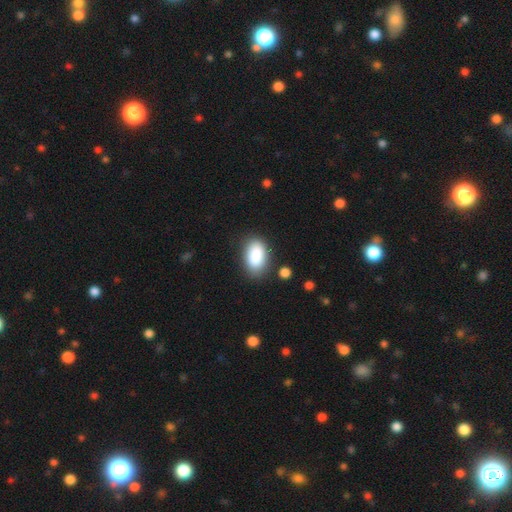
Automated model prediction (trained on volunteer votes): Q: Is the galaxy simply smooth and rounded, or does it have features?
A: smooth — 88%.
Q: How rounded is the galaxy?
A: in between — 92%.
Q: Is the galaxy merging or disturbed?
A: none — 81%.